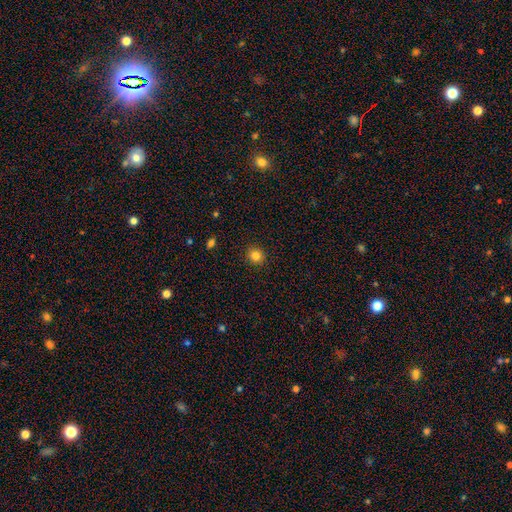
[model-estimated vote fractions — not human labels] A smooth galaxy with no disk features (83%) that is round (89%).

Vote fractions:
- Smooth or featured? smooth: 83% / star or artifact: 12% / featured or disk: 5%
- How rounded? round: 89% / in between: 11% / cigar-shaped: 1%
- Merging? none: 91% / minor disturbance: 6% / major disturbance: 2% / merger: 1%